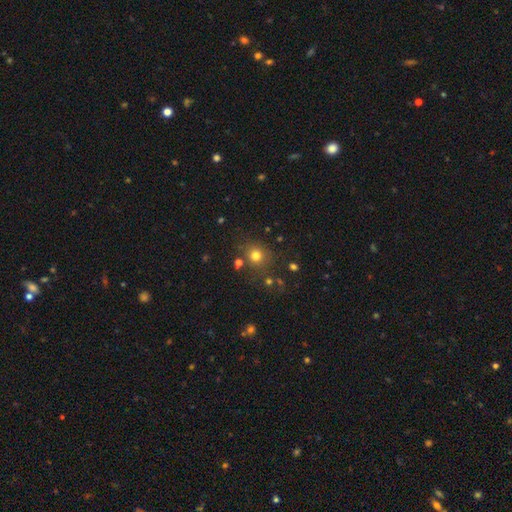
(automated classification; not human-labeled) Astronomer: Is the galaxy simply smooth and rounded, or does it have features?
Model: smooth — 75%.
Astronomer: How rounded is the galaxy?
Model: round — 86%.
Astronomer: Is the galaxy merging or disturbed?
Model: none — 79%.